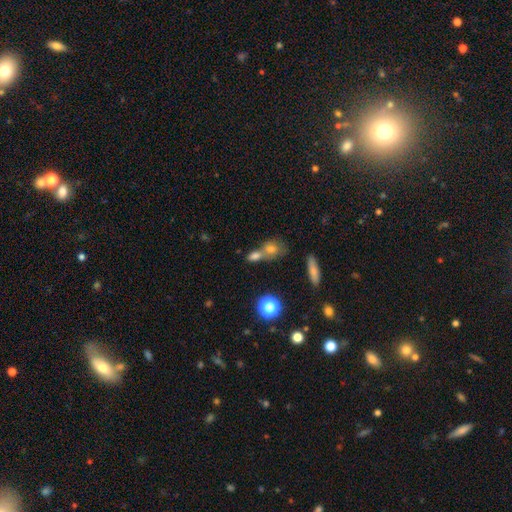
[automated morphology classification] This appears to be a smooth galaxy with no disk features (73%) that is in between round and cigar-shaped (56%). Merging: merger (54%).